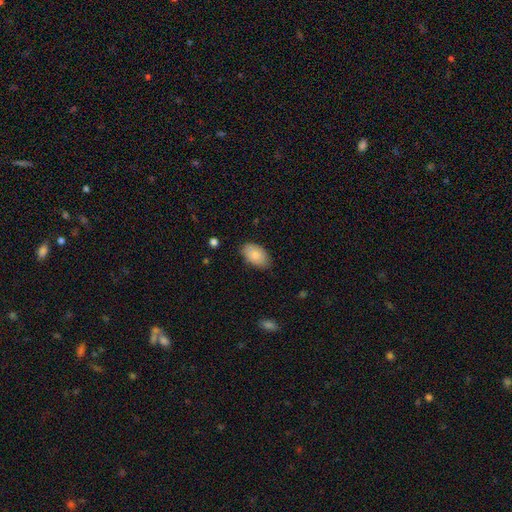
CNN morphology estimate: A smooth galaxy with no disk features (80%) that is in between round and cigar-shaped (92%). Merging: none (80%).